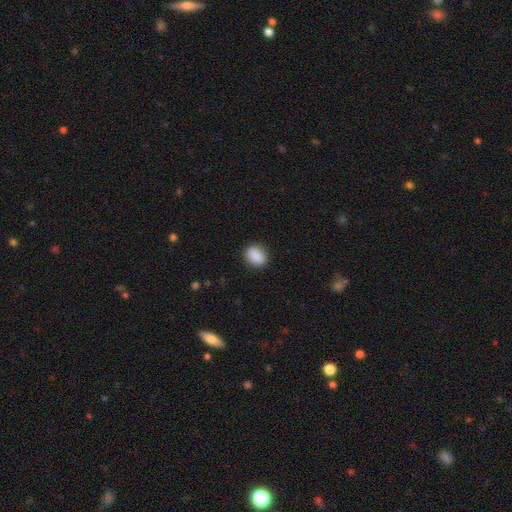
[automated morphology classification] The model was most divided on "how rounded": in between: 59%, round: 39%, cigar-shaped: 2%. More confident: smooth or featured — smooth (88%); merging — none (87%).